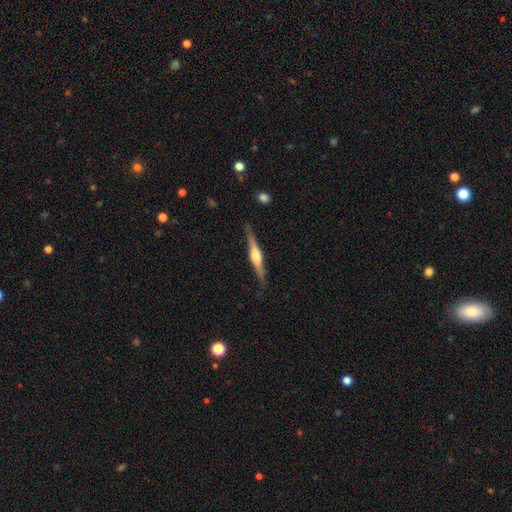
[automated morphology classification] This appears to be a featured or disk galaxy (75%) viewed edge-on (98%) with a rounded central bulge (88%). Merging: none (86%).